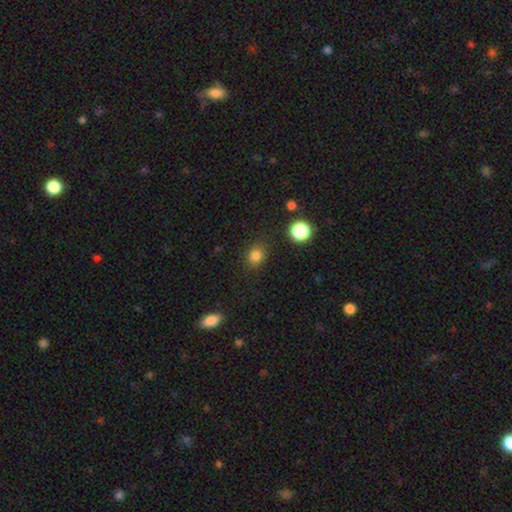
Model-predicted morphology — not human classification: Smooth or featured: smooth — 82% (star or artifact — 13%)
How rounded: round — 60% (in between — 39%)
Merging: none — 86% (minor disturbance — 9%)